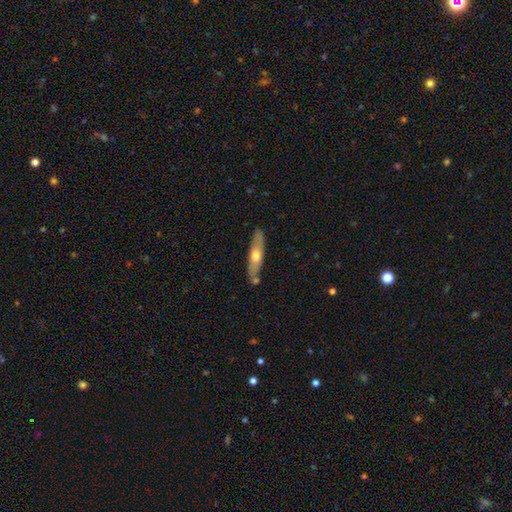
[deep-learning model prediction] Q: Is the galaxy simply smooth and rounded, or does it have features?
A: smooth — 49%.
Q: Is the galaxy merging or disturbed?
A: none — 74%.